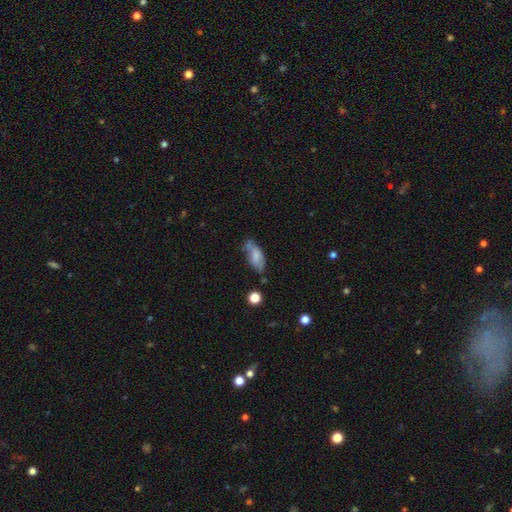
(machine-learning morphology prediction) smooth_or_featured: smooth (p=0.64) [alt: featured or disk p=0.27]
how_rounded: in between (p=0.80) [alt: cigar-shaped p=0.17]
merging: none (p=0.46) [alt: minor disturbance p=0.30]